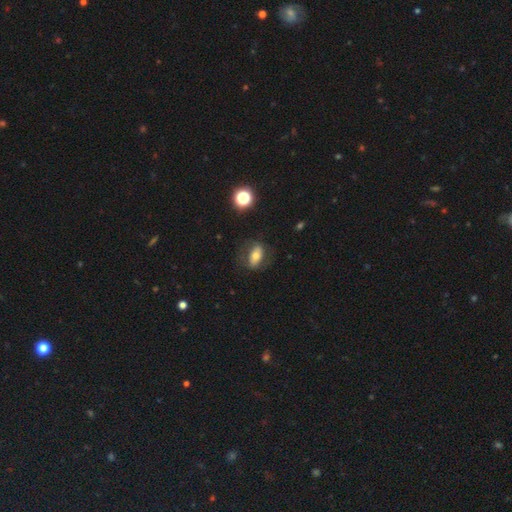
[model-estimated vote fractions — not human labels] This is possibly a smooth galaxy (58%). How rounded: clearly in between (82%). Merging: likely none (72%).